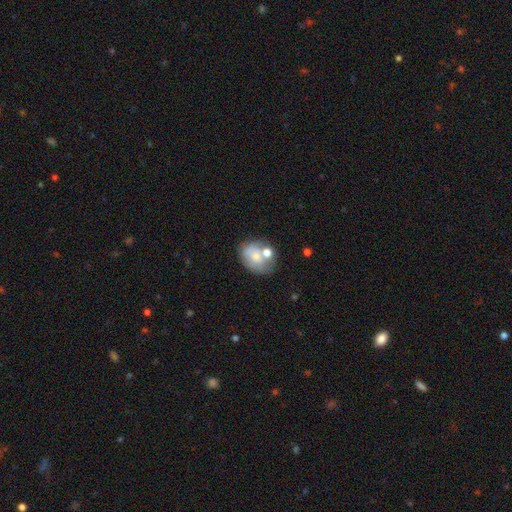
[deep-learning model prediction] smooth_or_featured: smooth (p=0.62) [alt: featured or disk p=0.29]
how_rounded: in between (p=0.55) [alt: round p=0.44]
merging: none (p=0.45) [alt: merger p=0.26]